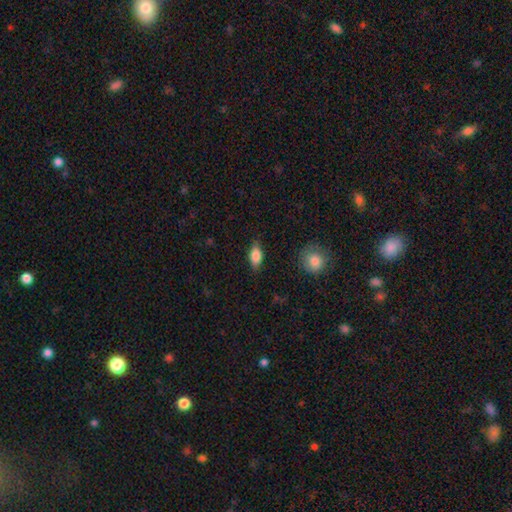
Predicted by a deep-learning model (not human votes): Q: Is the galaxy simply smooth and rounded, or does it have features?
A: smooth — 83%.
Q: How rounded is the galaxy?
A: in between — 87%.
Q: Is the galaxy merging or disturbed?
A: none — 84%.